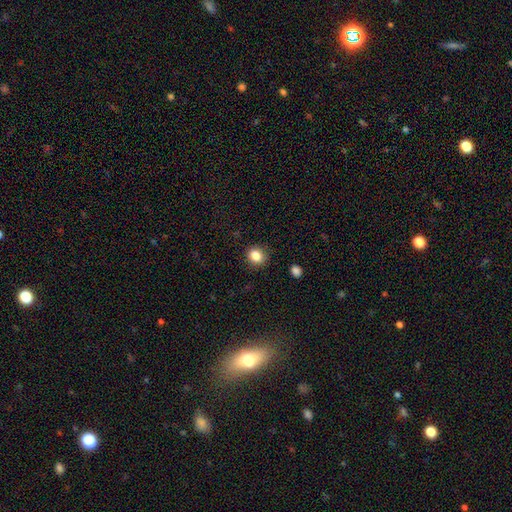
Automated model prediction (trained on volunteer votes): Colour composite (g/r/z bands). It shows a smooth galaxy with no disk features (84%) that is round (72%). Merging: none (88%).